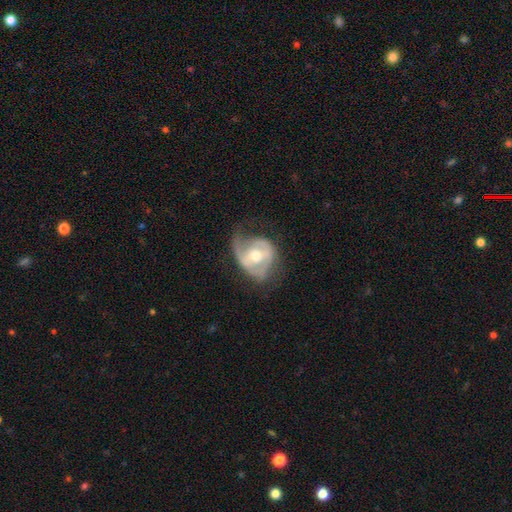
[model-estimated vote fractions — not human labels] Smooth or featured? featured or disk (74%)
Edge-on disk? no (97%)
Bar? no (47%)
Spiral arms? yes (76%)
Spiral winding? medium (41%)
Spiral arm count? 2 (47%)
Bulge size? moderate (70%)
Merging? none (39%)